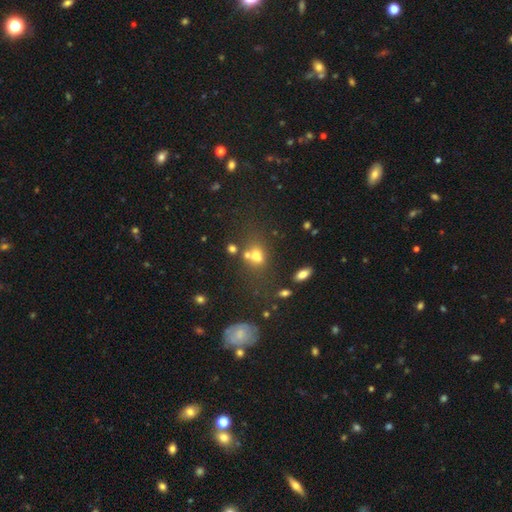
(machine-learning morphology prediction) Overall: smooth (65%). How rounded: in between (56%; round 42%). Merging: none (42%; merger 35%).